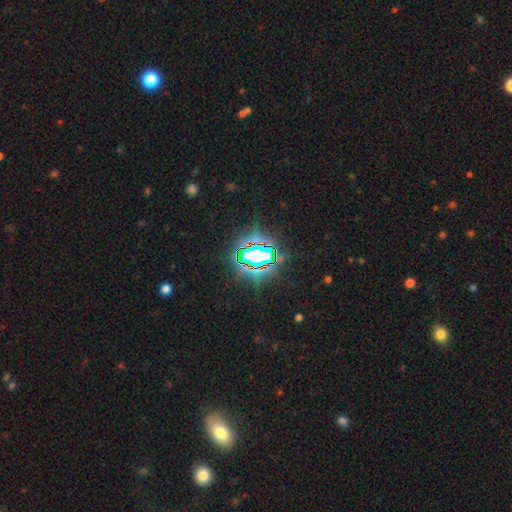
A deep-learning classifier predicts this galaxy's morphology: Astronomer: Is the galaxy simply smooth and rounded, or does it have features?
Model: star or artifact — 74%.